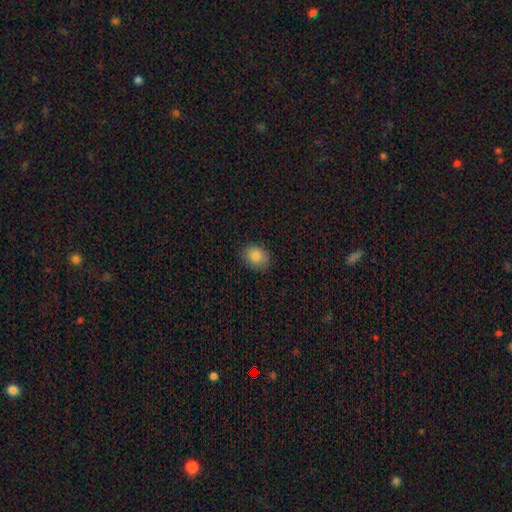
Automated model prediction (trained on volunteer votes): A smooth galaxy with no disk features (84%) that is in between round and cigar-shaped (51%).

Vote fractions:
- Smooth or featured? smooth: 84% / star or artifact: 9% / featured or disk: 7%
- How rounded? in between: 51% / round: 48% / cigar-shaped: 1%
- Merging? none: 83% / minor disturbance: 13% / major disturbance: 3% / merger: 1%